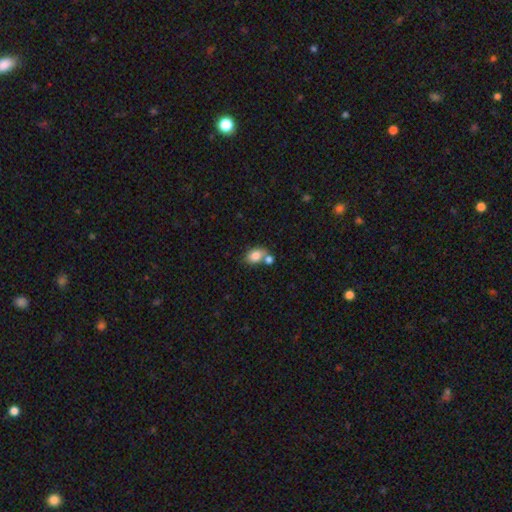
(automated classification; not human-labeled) A smooth galaxy with no disk features (82%) that is in between round and cigar-shaped (73%).

Vote fractions:
- Smooth or featured? smooth: 82% / featured or disk: 10% / star or artifact: 8%
- How rounded? in between: 73% / round: 25% / cigar-shaped: 1%
- Merging? none: 47% / merger: 36% / minor disturbance: 13% / major disturbance: 4%